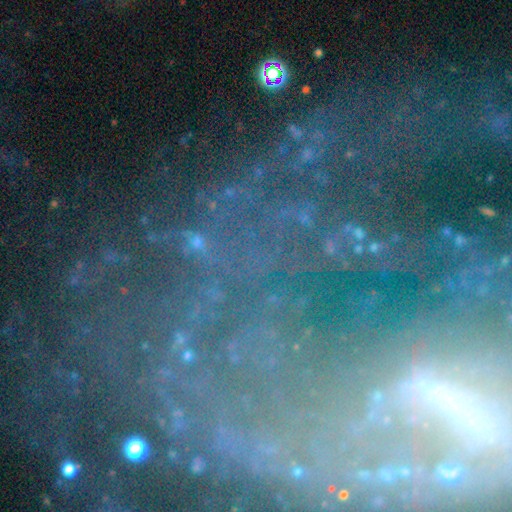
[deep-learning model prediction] featured or disk 44%, star or artifact 42%, smooth 14%. Down the decision tree: merging — none (64%).